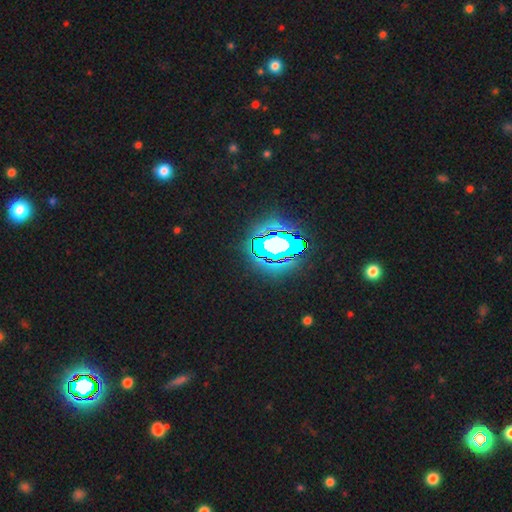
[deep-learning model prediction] This is clearly a star or artifact rather than a galaxy (83%).